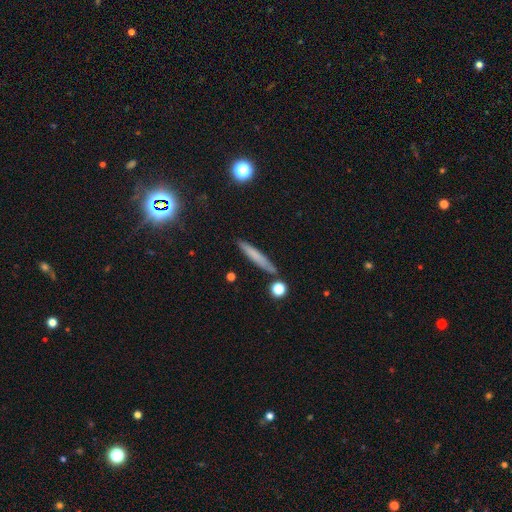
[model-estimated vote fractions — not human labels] This is likely a smooth galaxy (67%). How rounded: clearly cigar-shaped (93%). Merging: clearly none (84%).